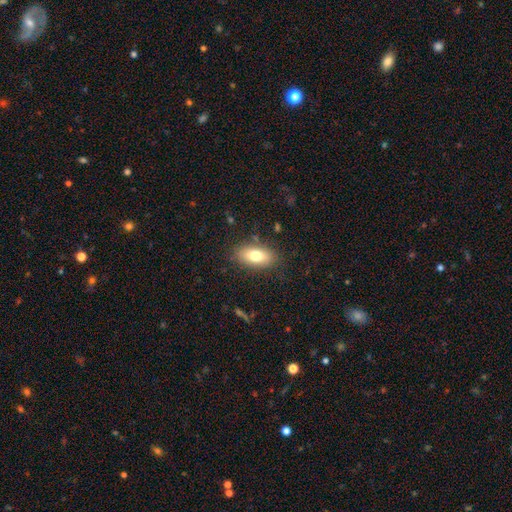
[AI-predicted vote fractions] A smooth galaxy with no disk features (76%) that is in between round and cigar-shaped (89%). Merging: none (83%).